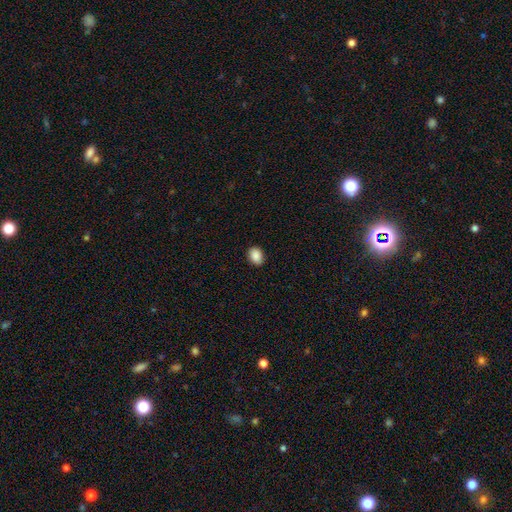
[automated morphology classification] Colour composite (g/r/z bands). It shows a smooth galaxy with no disk features (89%) that is in between round and cigar-shaped (68%). Merging: none (90%).